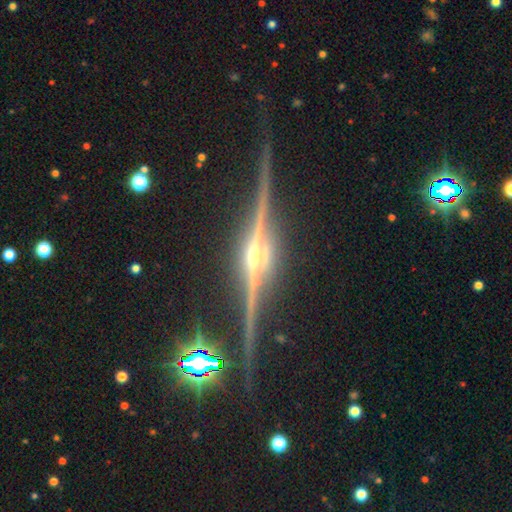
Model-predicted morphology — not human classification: Smooth or featured? Predicted: featured or disk (p=0.90). Edge-on disk? Predicted: yes (p=0.98). Edge-on bulge? Predicted: rounded (p=0.91). Merging? Predicted: none (p=0.90).